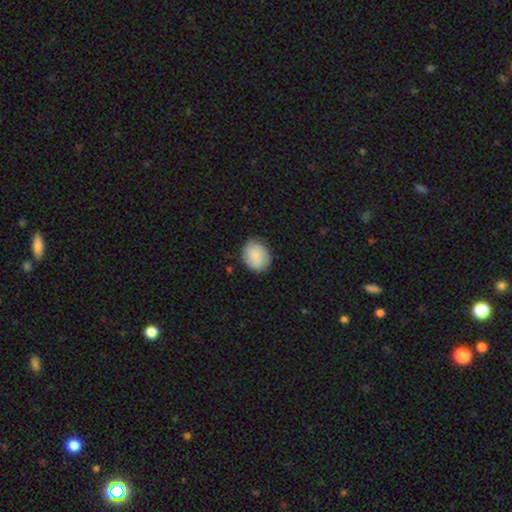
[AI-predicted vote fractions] Smooth or featured? Predicted: smooth (p=0.81). How rounded? Predicted: round (p=0.60). Merging? Predicted: none (p=0.82).